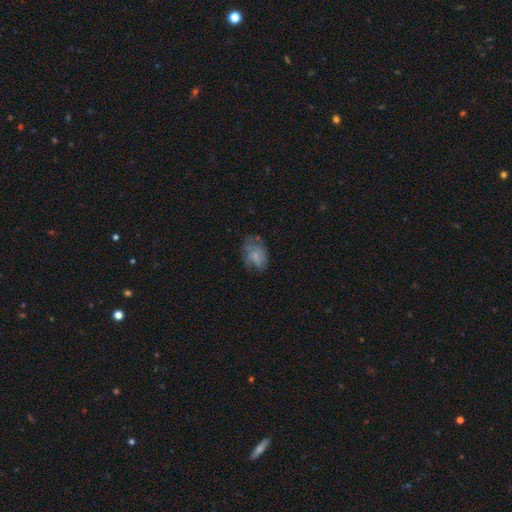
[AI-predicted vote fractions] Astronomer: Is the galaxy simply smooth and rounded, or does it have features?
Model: smooth — 55% (runner-up: featured or disk, 35%).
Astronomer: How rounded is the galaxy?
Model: in between — 78%.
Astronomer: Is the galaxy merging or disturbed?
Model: none — 47% (runner-up: minor disturbance, 28%).